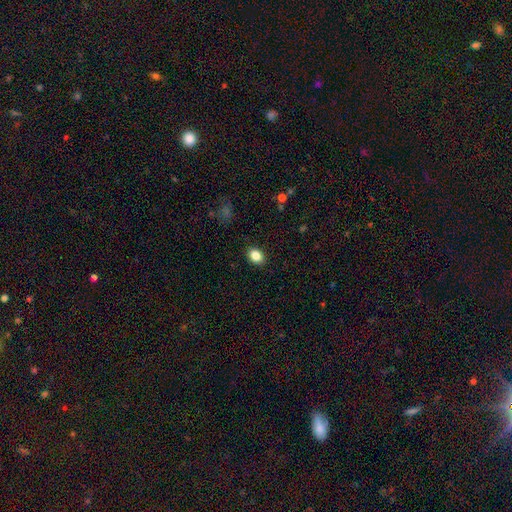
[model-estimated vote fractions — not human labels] The model was most divided on "how rounded": in between: 68%, round: 30%, cigar-shaped: 1%. More confident: merging — none (89%); smooth or featured — smooth (86%).